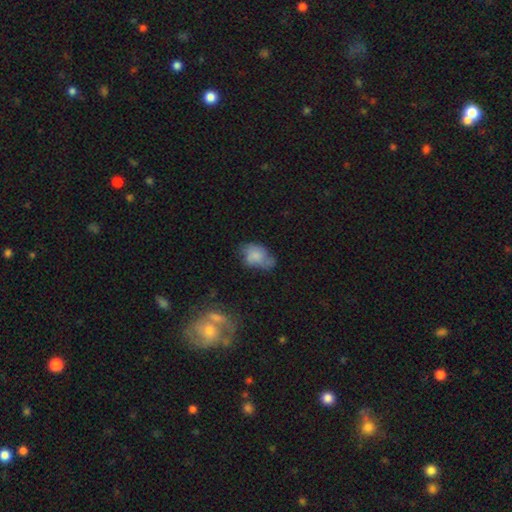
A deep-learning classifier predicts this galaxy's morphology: A smooth galaxy with no disk features (63%) that is in between round and cigar-shaped (80%). Merging: none (39%).